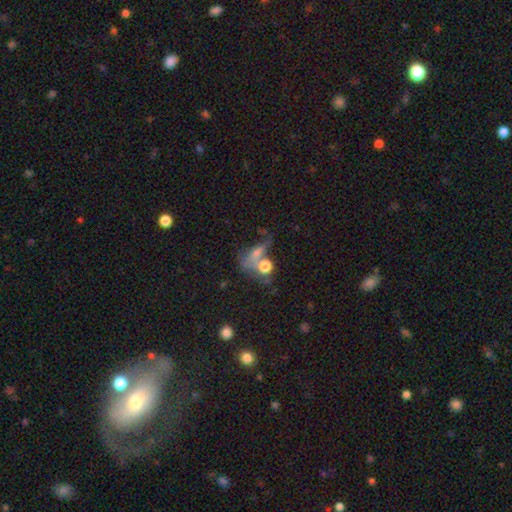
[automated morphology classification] smooth 55%, featured or disk 27%, star or artifact 18%. Down the decision tree: how rounded — in between (51%); merging — merger (41%).